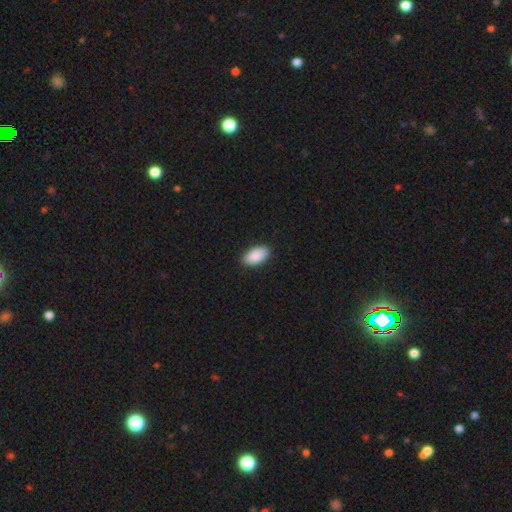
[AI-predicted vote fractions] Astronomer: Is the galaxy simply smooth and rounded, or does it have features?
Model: smooth — 90%.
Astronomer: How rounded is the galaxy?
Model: in between — 95%.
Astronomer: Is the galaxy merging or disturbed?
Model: none — 88%.